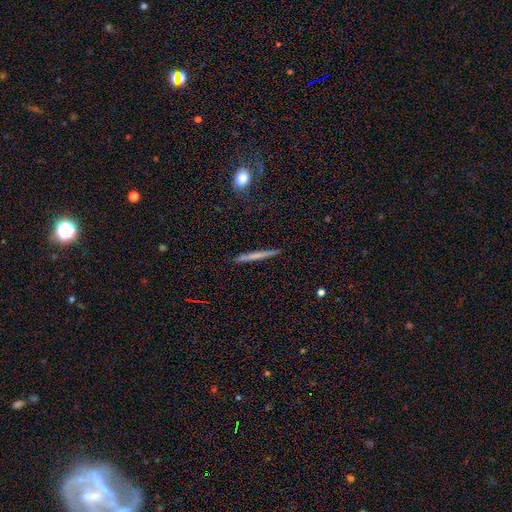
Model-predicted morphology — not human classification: smooth 56%, featured or disk 38%, star or artifact 6%. Down the decision tree: how rounded — cigar-shaped (96%); merging — none (90%).